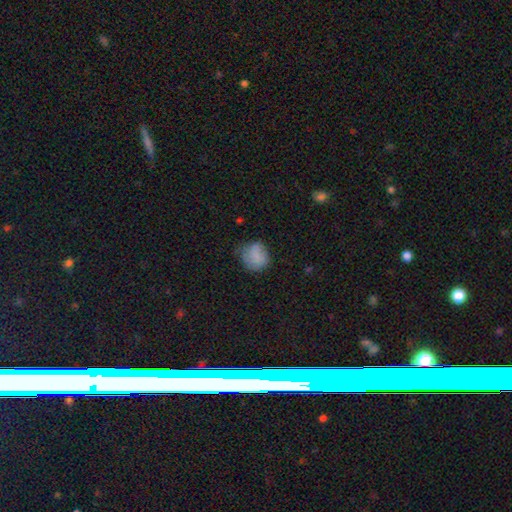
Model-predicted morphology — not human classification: Smooth or featured? Predicted: smooth (p=0.80). How rounded? Predicted: round (p=0.73). Merging? Predicted: none (p=0.55).